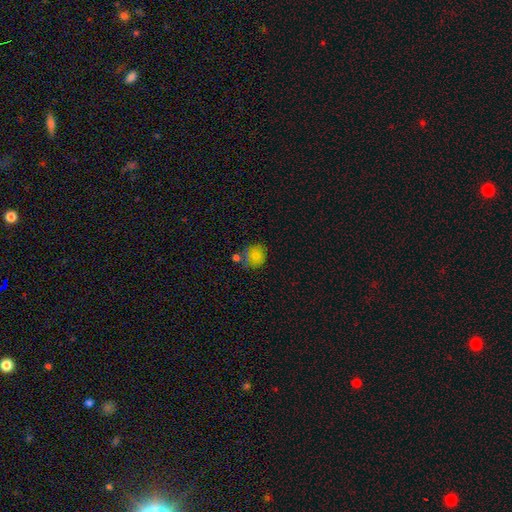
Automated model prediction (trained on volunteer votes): This is likely a smooth galaxy (79%). How rounded: clearly round (81%). Merging: likely none (61%).